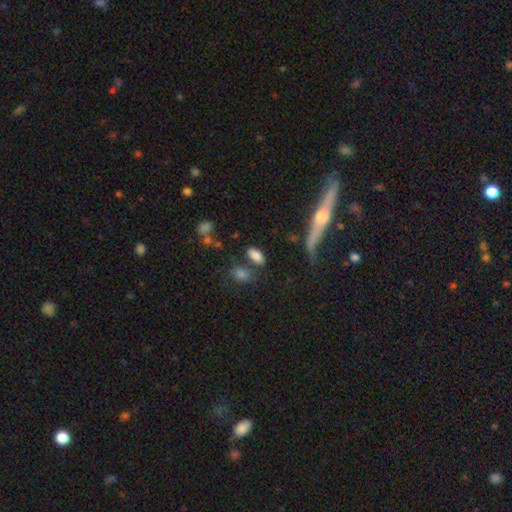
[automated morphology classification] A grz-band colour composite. It shows a smooth galaxy with no disk features (84%) that is in between round and cigar-shaped (90%). Merging: none (69%).